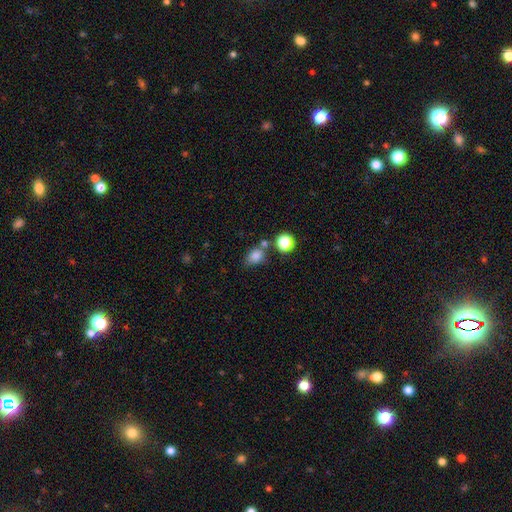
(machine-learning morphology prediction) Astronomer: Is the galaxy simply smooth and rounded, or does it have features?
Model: smooth — 81%.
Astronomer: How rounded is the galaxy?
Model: in between — 63%.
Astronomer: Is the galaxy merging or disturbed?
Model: none — 60%.